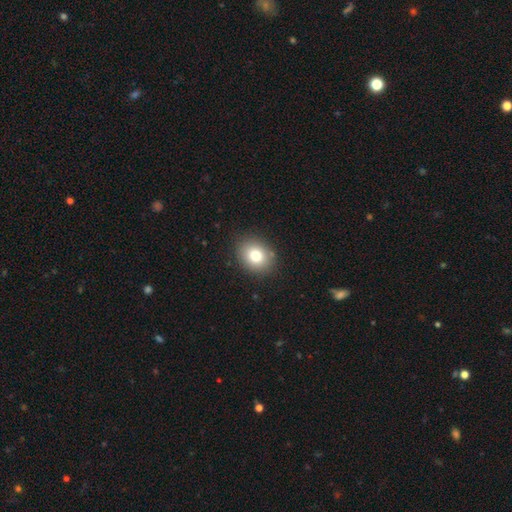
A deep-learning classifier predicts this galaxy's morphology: Q: Smooth or featured?
A: smooth (78%); runner-up: featured or disk (11%)
Q: How rounded?
A: round (53%); runner-up: in between (46%)
Q: Merging?
A: none (87%); runner-up: minor disturbance (9%)